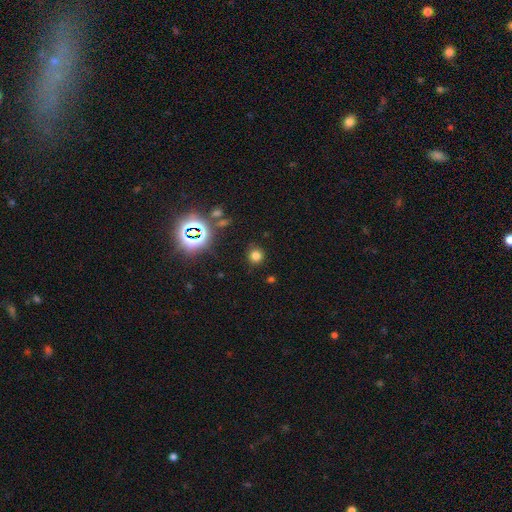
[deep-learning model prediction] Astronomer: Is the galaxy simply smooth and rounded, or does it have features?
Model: smooth — 72%.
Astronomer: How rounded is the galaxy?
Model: round — 91%.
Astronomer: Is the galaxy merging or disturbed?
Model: none — 87%.